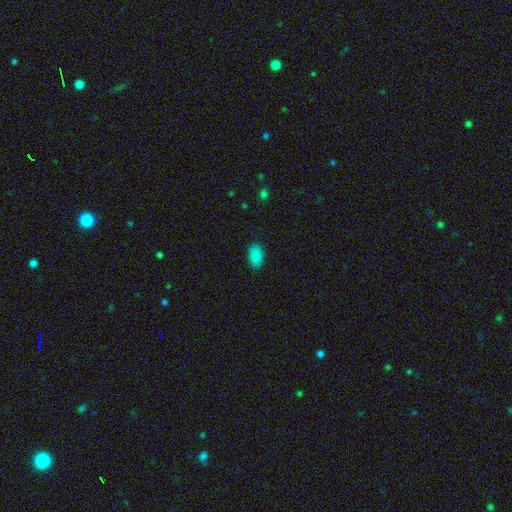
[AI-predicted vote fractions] Q: Smooth or featured?
A: smooth (88%); runner-up: star or artifact (9%)
Q: How rounded?
A: in between (93%); runner-up: round (5%)
Q: Merging?
A: none (86%); runner-up: minor disturbance (10%)